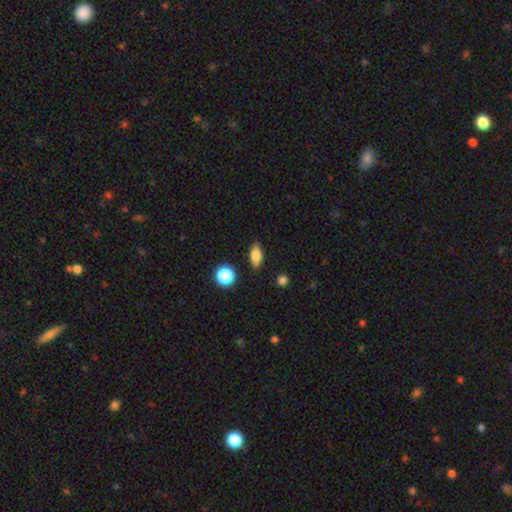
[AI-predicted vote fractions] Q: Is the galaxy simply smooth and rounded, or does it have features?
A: smooth — 79%.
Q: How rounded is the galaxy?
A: in between — 78%.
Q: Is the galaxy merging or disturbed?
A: none — 87%.